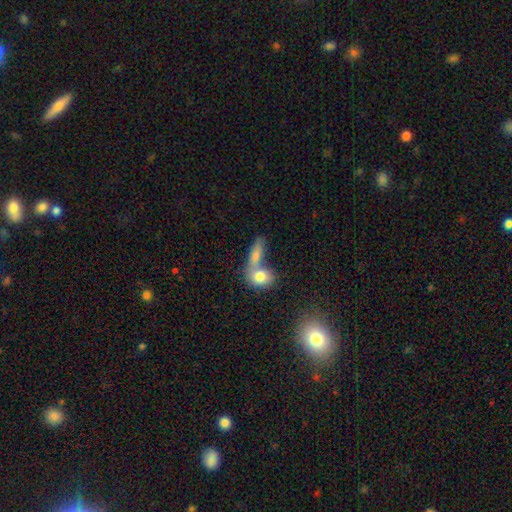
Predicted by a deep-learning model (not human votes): Smooth or featured? Predicted: smooth (p=0.75). How rounded? Predicted: in between (p=0.57). Merging? Predicted: merger (p=0.56).